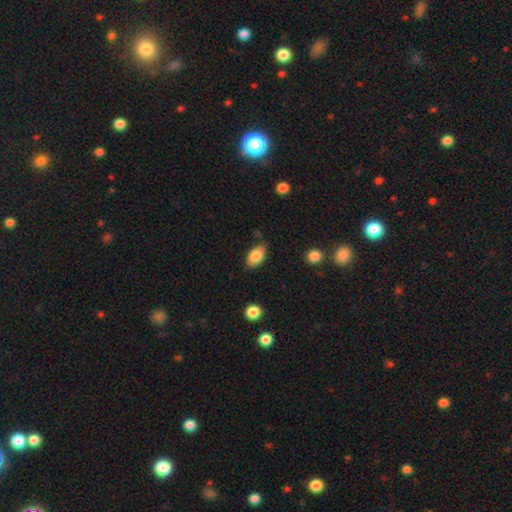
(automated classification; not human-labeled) This is clearly a smooth galaxy (83%). How rounded: clearly in between (91%). Merging: likely none (79%).